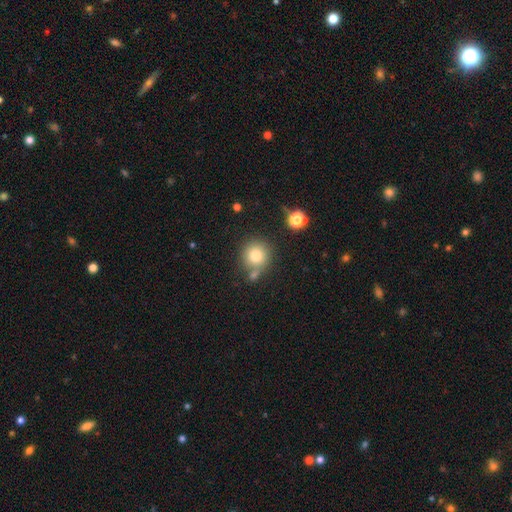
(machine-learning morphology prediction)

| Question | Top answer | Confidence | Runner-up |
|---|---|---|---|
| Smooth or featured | smooth | 78% | star or artifact (12%) |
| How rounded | round | 93% | in between (6%) |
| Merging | none | 69% | merger (16%) |